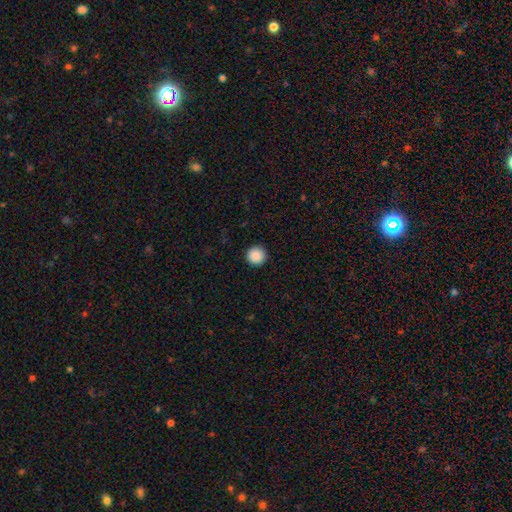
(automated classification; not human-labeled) Smooth or featured? smooth (89%)
How rounded? round (96%)
Merging? none (93%)